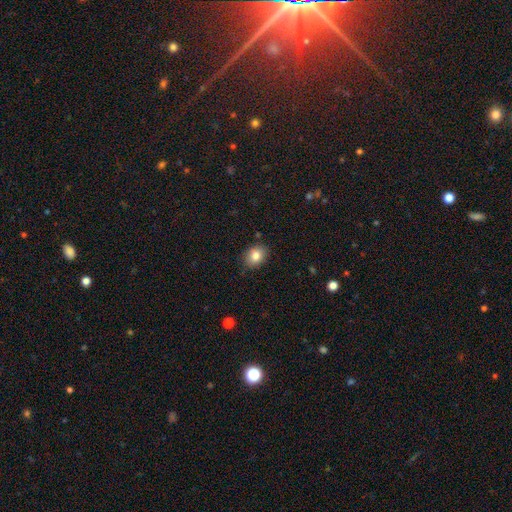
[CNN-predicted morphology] smooth_or_featured: smooth (p=0.83) [alt: star or artifact p=0.09]
how_rounded: in between (p=0.57) [alt: round p=0.42]
merging: none (p=0.86) [alt: minor disturbance p=0.11]